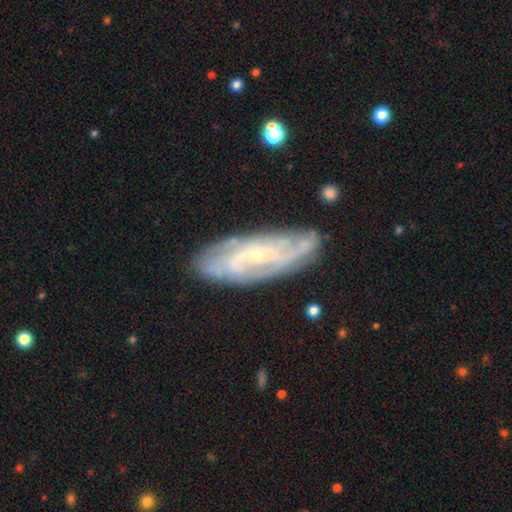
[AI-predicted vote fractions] Smooth or featured? featured or disk (80%)
Edge-on disk? no (86%)
Bar? no (54%)
Spiral arms? yes (92%)
Spiral winding? tight (52%)
Spiral arm count? can't tell (38%)
Bulge size? small (76%)
Merging? none (76%)